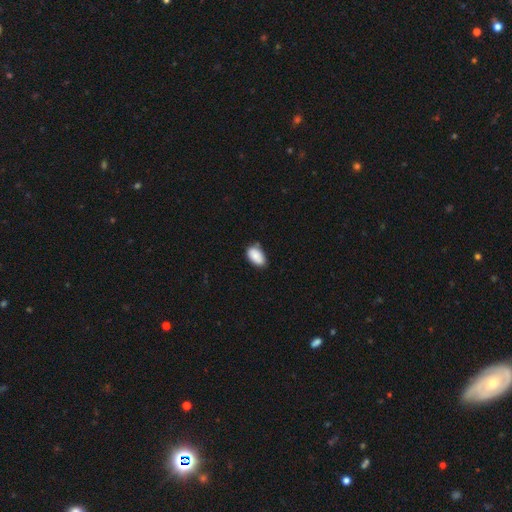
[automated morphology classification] smooth-or-featured: smooth: 88% | star or artifact: 7% | featured or disk: 6%
  how-rounded: in between: 93% | round: 5% | cigar-shaped: 2%
  merging: none: 71% | minor disturbance: 23% | major disturbance: 3% | merger: 3%